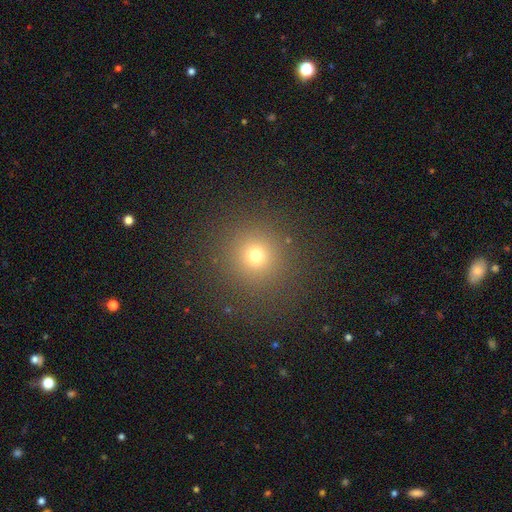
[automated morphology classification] The model was most divided on "smooth or featured": smooth: 71%, star or artifact: 21%, featured or disk: 8%. More confident: how rounded — round (93%); merging — none (89%).